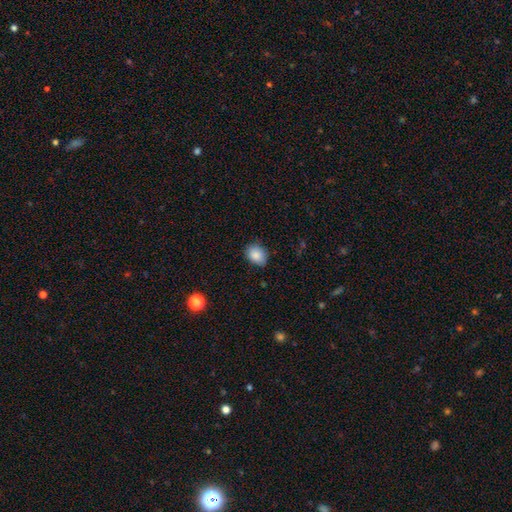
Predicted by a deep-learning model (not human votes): This appears to be a smooth galaxy with no disk features (87%) that is in between round and cigar-shaped (62%). Merging: none (78%).